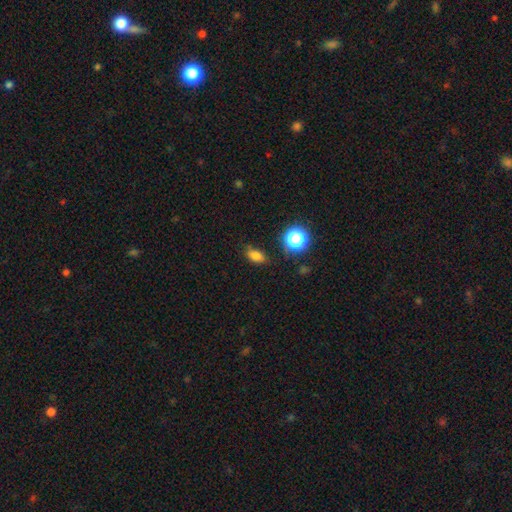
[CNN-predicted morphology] The model was most divided on "merging": none: 76%, minor disturbance: 18%, major disturbance: 4%, merger: 3%. More confident: how rounded — in between (82%); smooth or featured — smooth (78%).